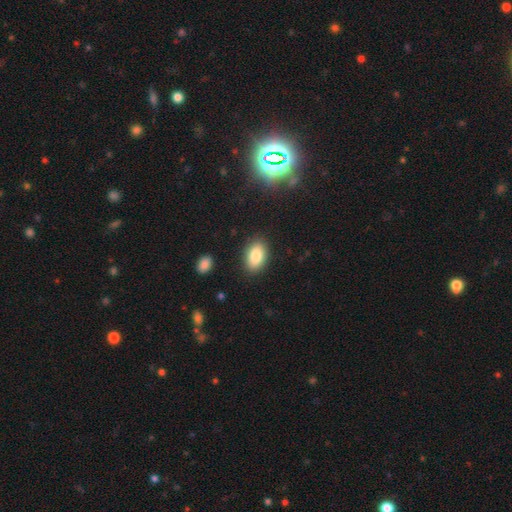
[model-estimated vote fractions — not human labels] This appears to be a smooth galaxy with no disk features (85%) that is in between round and cigar-shaped (91%). Merging: none (86%).